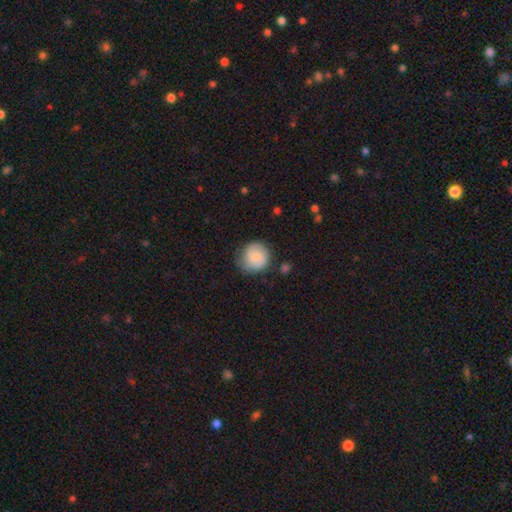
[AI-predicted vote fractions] Smooth or featured?
  - smooth: 48% *
  - featured or disk: 45%
  - star or artifact: 7%
Merging?
  - none: 77% *
  - minor disturbance: 16%
  - major disturbance: 5%
  - merger: 2%